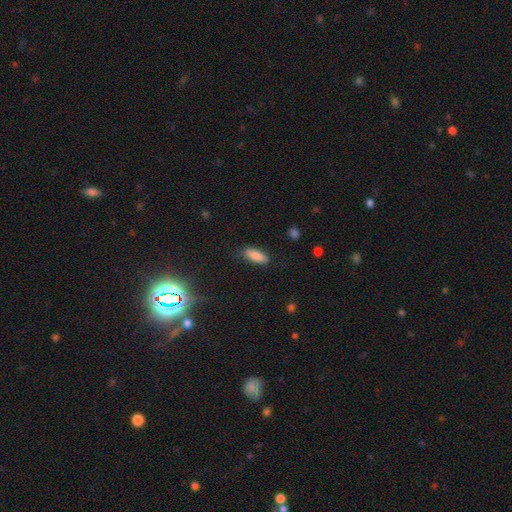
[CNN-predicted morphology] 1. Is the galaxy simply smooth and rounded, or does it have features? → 86% smooth, 8% star or artifact, 6% featured or disk.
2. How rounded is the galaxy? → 70% in between, 27% cigar-shaped, 2% round.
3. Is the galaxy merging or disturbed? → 79% none, 16% minor disturbance, 4% major disturbance, 2% merger.